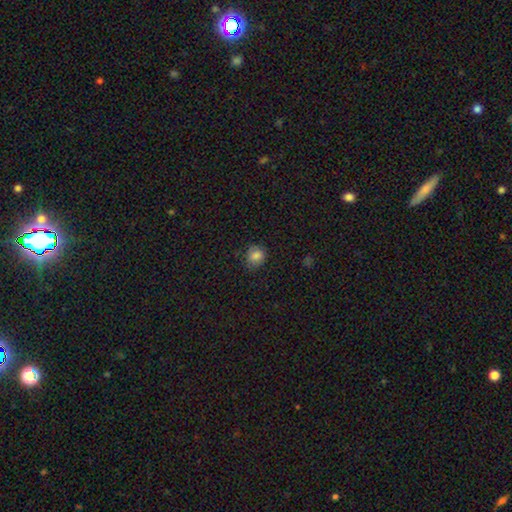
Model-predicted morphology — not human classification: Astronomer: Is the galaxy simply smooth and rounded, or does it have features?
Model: smooth — 81%.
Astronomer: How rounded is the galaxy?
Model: round — 75%.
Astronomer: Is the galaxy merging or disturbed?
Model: none — 77%.